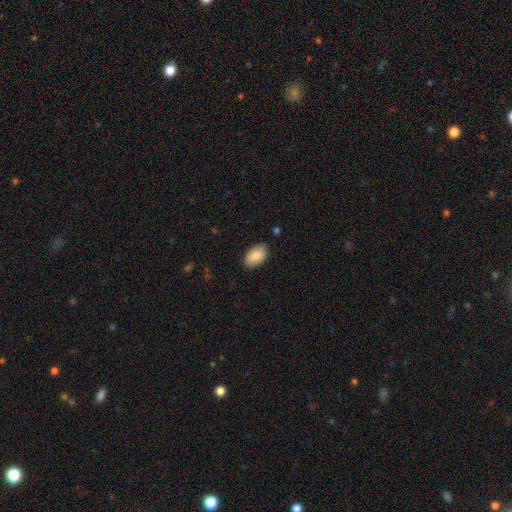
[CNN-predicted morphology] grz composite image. It shows a smooth galaxy with no disk features (88%) that is in between round and cigar-shaped (93%). Merging: none (85%).